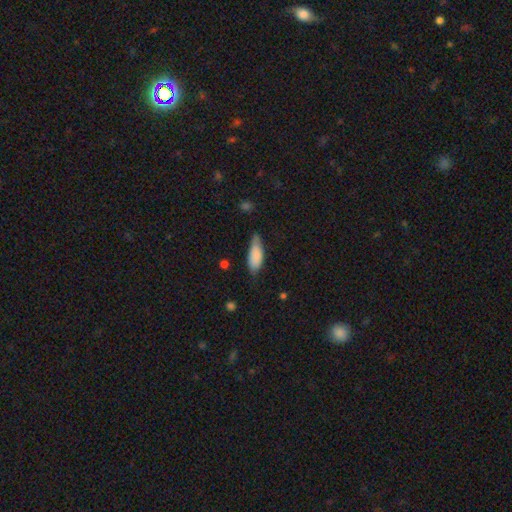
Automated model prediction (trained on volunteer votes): Smooth or featured? smooth (83%)
How rounded? in between (74%)
Merging? none (52%)